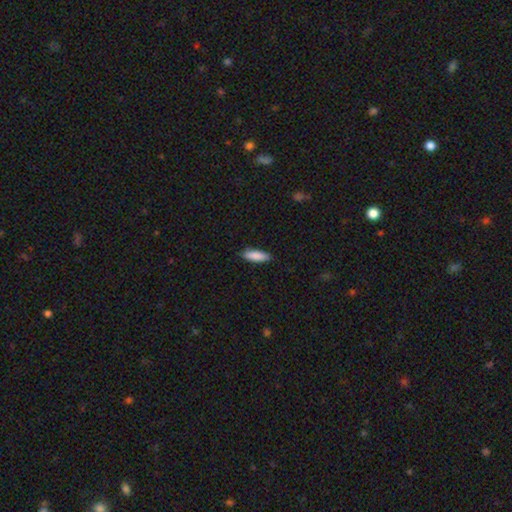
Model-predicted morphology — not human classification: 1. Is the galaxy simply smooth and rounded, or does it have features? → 88% smooth, 7% featured or disk, 6% star or artifact.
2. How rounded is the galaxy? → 53% in between, 45% cigar-shaped, 2% round.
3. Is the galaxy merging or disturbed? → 87% none, 10% minor disturbance, 2% major disturbance, 1% merger.